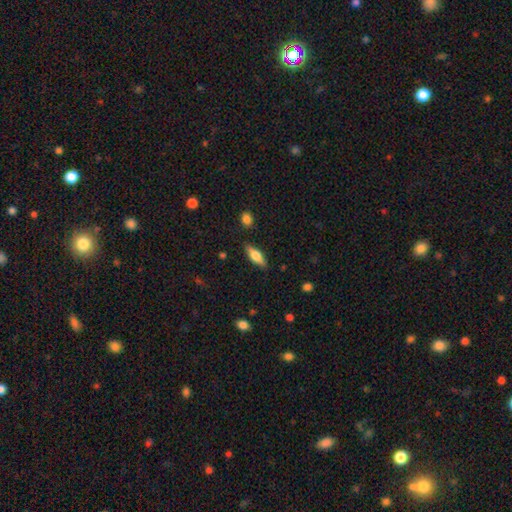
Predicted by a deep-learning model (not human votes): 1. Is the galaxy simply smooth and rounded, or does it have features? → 68% smooth, 25% featured or disk, 6% star or artifact.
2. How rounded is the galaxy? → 65% in between, 33% cigar-shaped, 2% round.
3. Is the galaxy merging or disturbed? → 85% none, 11% minor disturbance, 3% major disturbance, 2% merger.